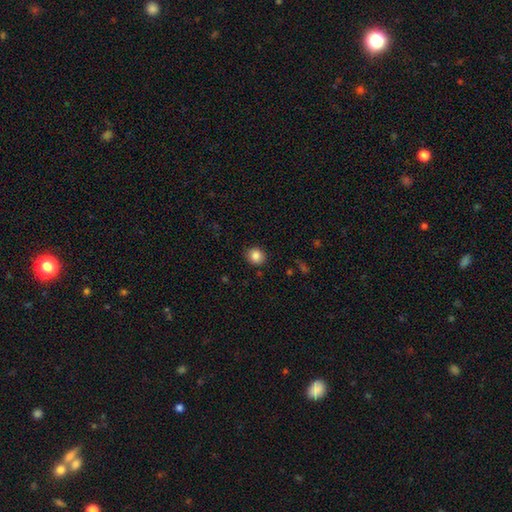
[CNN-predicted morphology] smooth-or-featured: smooth: 86% | star or artifact: 10% | featured or disk: 5%
  how-rounded: round: 77% | in between: 22% | cigar-shaped: 1%
  merging: none: 87% | minor disturbance: 9% | major disturbance: 2% | merger: 1%